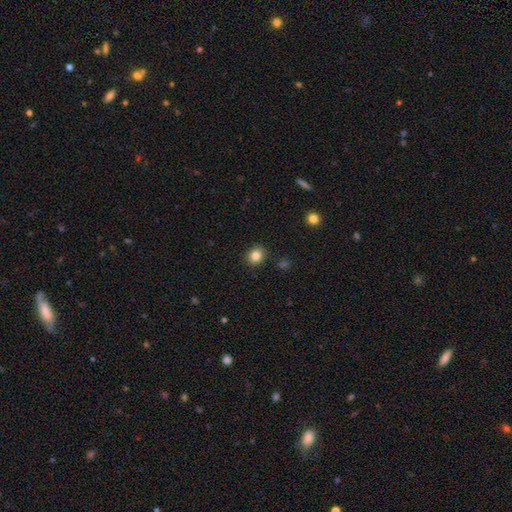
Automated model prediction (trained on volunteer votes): Overall: smooth (84%). How rounded: round (71%). Merging: none (89%).